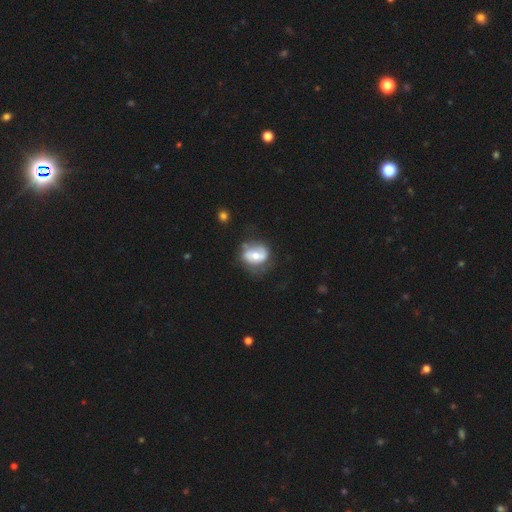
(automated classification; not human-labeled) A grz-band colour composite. It shows a featured or disk galaxy (50%). Merging: none (52%).